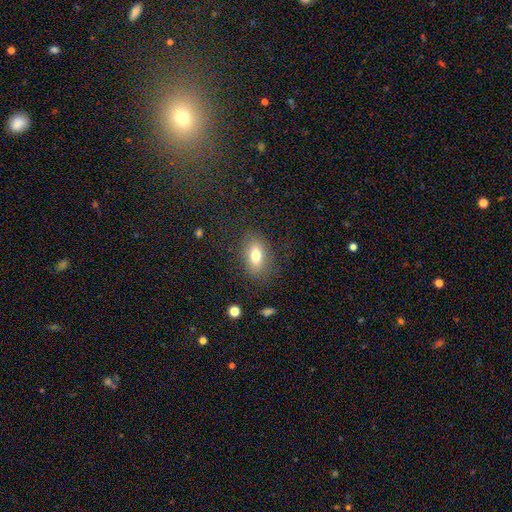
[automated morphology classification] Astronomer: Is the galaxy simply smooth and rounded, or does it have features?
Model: smooth — 75%.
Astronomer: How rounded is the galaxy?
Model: in between — 81%.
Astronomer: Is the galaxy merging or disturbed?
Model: none — 81%.